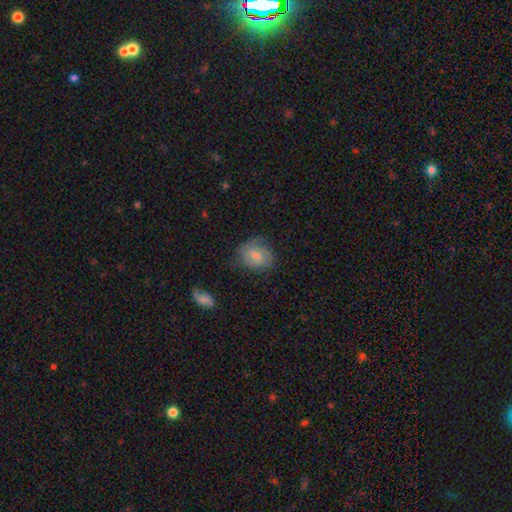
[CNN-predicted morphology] Smooth or featured: smooth — 50% (featured or disk — 42%)
How rounded: round — 54% (in between — 45%)
Merging: none — 64% (minor disturbance — 25%)